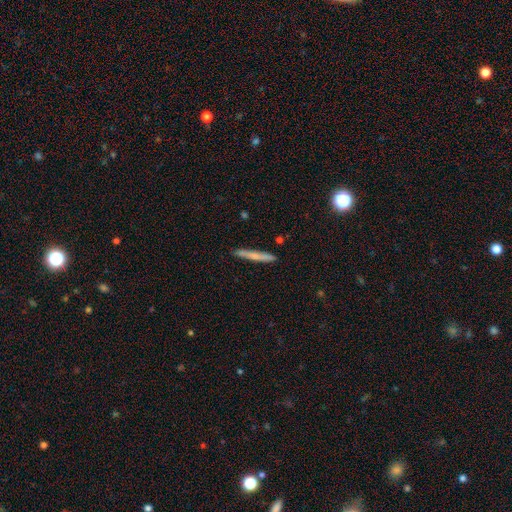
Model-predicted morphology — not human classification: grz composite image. It shows a smooth galaxy with no disk features (61%) that is cigar-shaped (95%). Merging: none (89%).